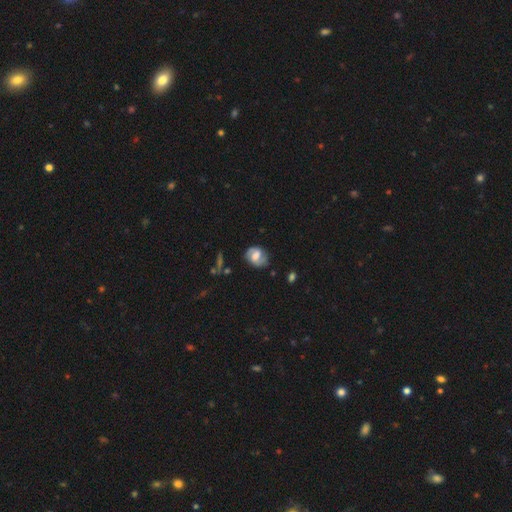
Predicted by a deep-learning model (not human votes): The model was most divided on "bar": weak: 49%, no: 28%, strong: 23%. More confident: edge-on disk — no (96%); spiral arms — yes (85%); merging — none (72%); smooth or featured — featured or disk (60%); bulge size — moderate (53%).